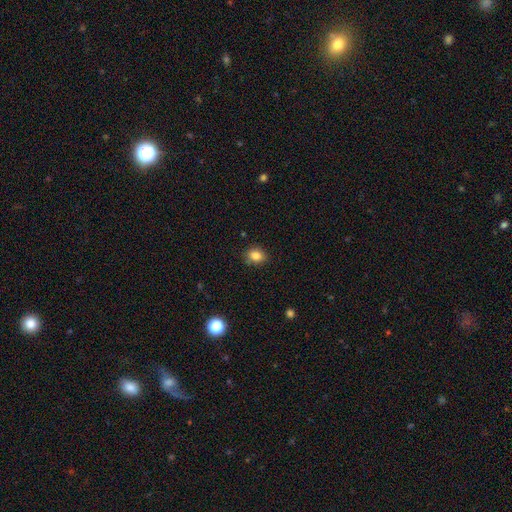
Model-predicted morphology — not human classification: A smooth galaxy with no disk features (84%) that is in between round and cigar-shaped (58%).

Vote fractions:
- Smooth or featured? smooth: 84% / star or artifact: 10% / featured or disk: 5%
- How rounded? in between: 58% / round: 41% / cigar-shaped: 1%
- Merging? none: 83% / minor disturbance: 13% / major disturbance: 3% / merger: 2%